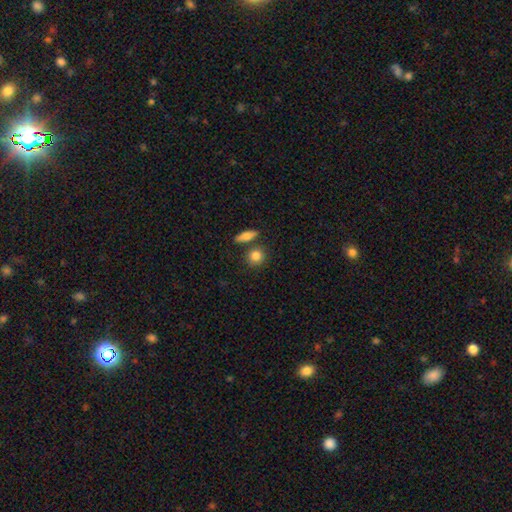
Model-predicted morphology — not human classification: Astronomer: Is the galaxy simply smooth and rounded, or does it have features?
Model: smooth — 84%.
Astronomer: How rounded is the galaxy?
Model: round — 75%.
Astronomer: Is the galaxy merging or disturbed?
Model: none — 74%.